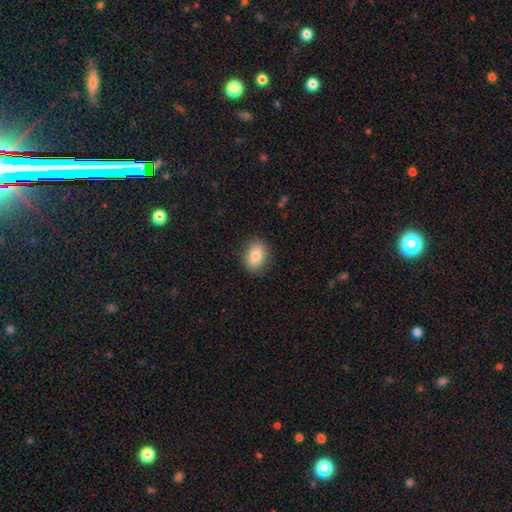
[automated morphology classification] Q: Smooth or featured?
A: smooth (83%); runner-up: featured or disk (9%)
Q: How rounded?
A: in between (70%); runner-up: round (29%)
Q: Merging?
A: none (86%); runner-up: minor disturbance (10%)